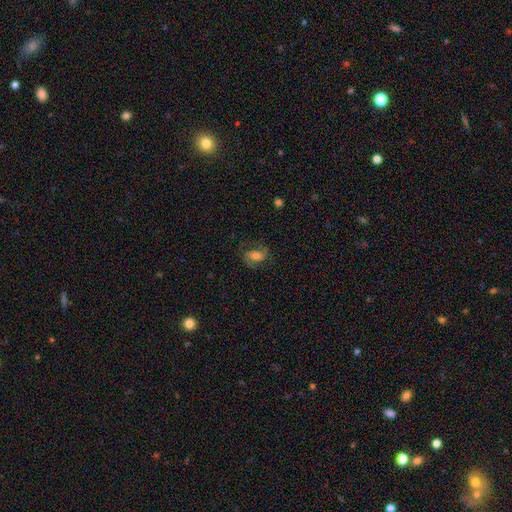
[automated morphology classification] type=featured or disk (53%); edge-on=no (96%); bar=weak (39%); spiral arms=yes (88%); bulge=moderate (52%); merging=none (69%).